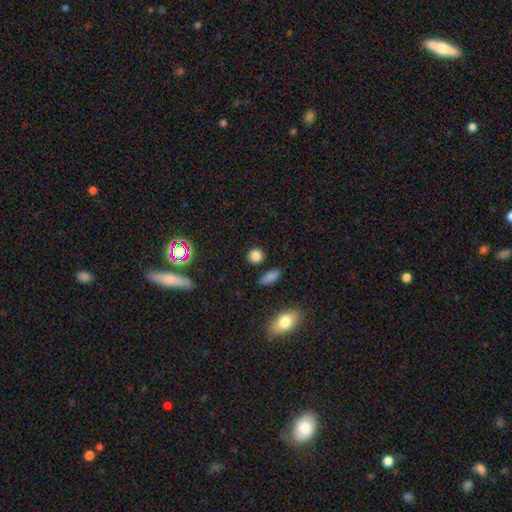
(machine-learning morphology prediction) A smooth galaxy with no disk features (82%) that is round (80%).

Vote fractions:
- Smooth or featured? smooth: 82% / star or artifact: 13% / featured or disk: 5%
- How rounded? round: 80% / in between: 19% / cigar-shaped: 2%
- Merging? none: 85% / minor disturbance: 8% / merger: 4% / major disturbance: 3%